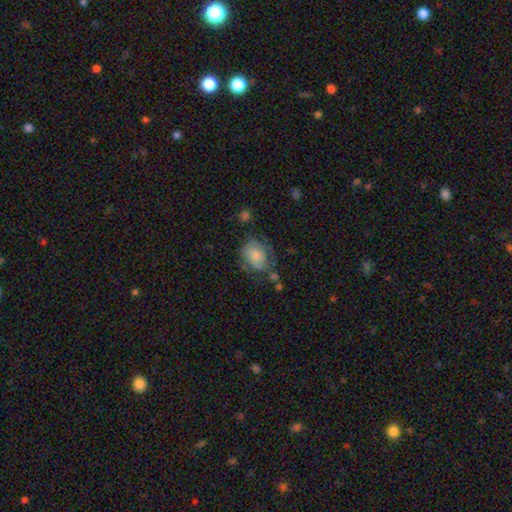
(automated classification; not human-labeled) The model was most divided on "how rounded": in between: 54%, round: 44%, cigar-shaped: 1%. Remaining: smooth or featured — smooth (69%); merging — none (47%).